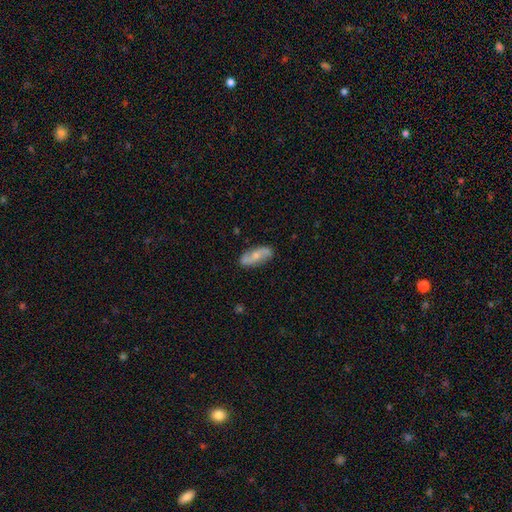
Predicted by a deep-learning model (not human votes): featured or disk 58%, smooth 36%, star or artifact 6%. Down the decision tree: edge-on disk — no (89%); bar — no (57%); spiral arms — yes (85%); bulge size — moderate (47%); merging — none (84%).